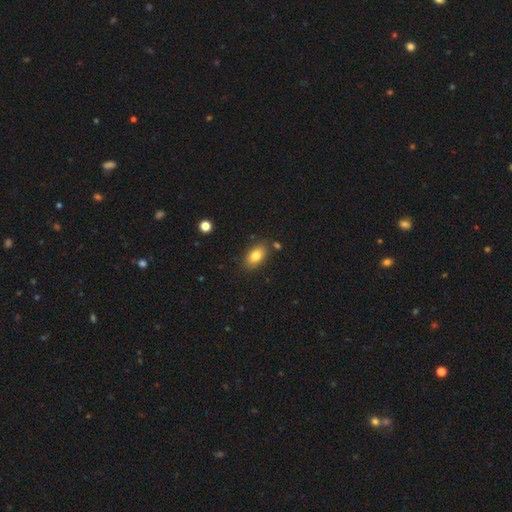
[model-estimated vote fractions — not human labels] Morphology: type=smooth (80%); roundness=in between (89%); merging=none (81%).